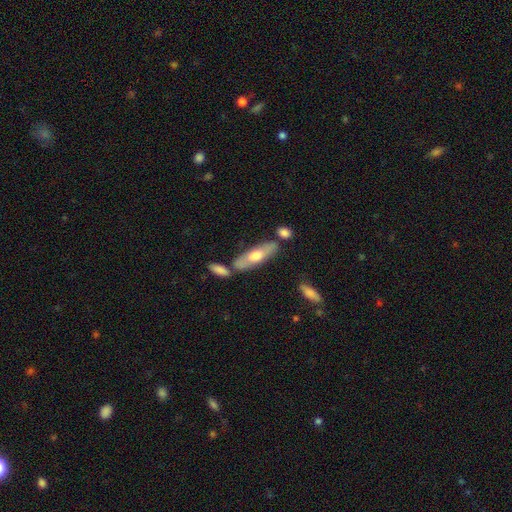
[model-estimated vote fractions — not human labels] Smooth or featured? smooth (51%)
How rounded? cigar-shaped (53%)
Merging? none (69%)